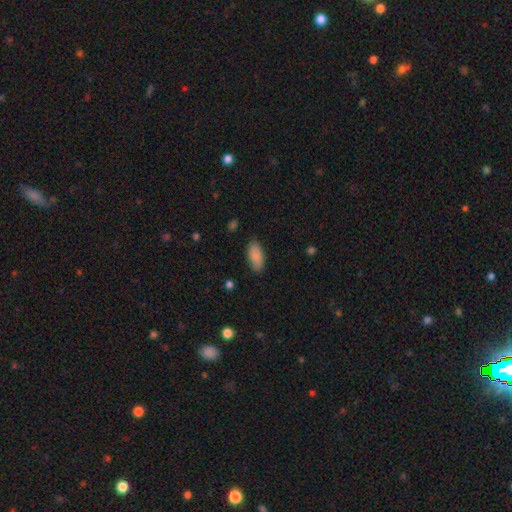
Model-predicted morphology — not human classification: smooth 88%, star or artifact 7%, featured or disk 5%. Down the decision tree: how rounded — in between (89%); merging — none (84%).